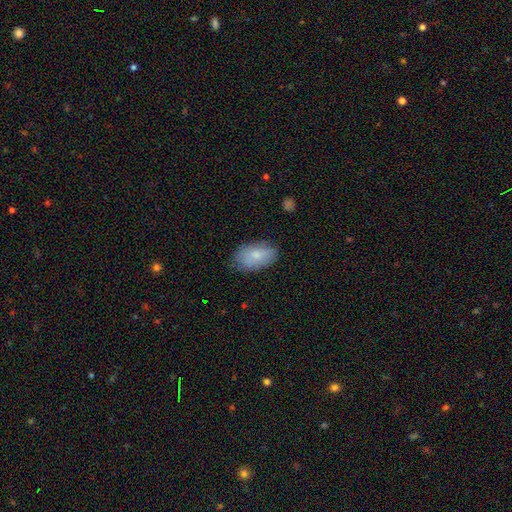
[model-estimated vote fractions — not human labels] Smooth or featured? smooth (78%)
How rounded? in between (92%)
Merging? none (73%)